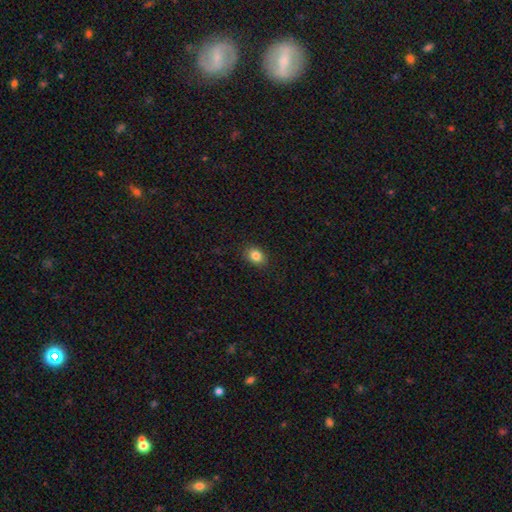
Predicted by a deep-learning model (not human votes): This appears to be a smooth galaxy with no disk features (84%) that is in between round and cigar-shaped (60%). Merging: none (88%).